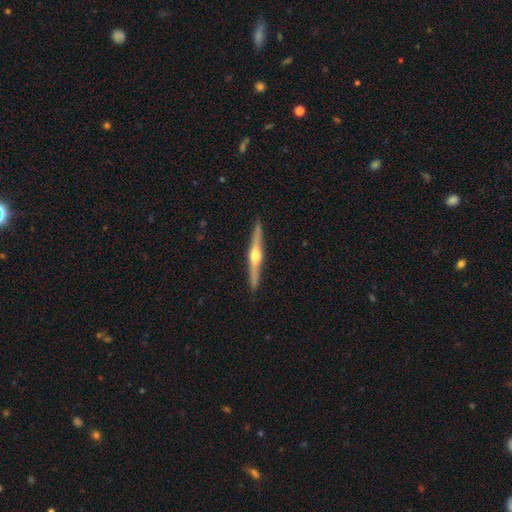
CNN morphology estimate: The model was most divided on "smooth or featured": featured or disk: 79%, smooth: 16%, star or artifact: 5%. More confident: edge-on disk — yes (98%); edge-on bulge — rounded (94%); merging — none (91%).